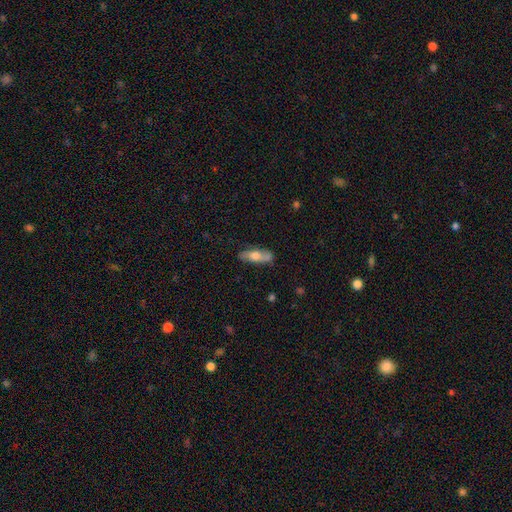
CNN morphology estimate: A smooth galaxy with no disk features (52%) that is in between round and cigar-shaped (61%).

Vote fractions:
- Smooth or featured? smooth: 52% / featured or disk: 42% / star or artifact: 6%
- How rounded? in between: 61% / cigar-shaped: 35% / round: 3%
- Merging? none: 77% / minor disturbance: 17% / major disturbance: 4% / merger: 2%